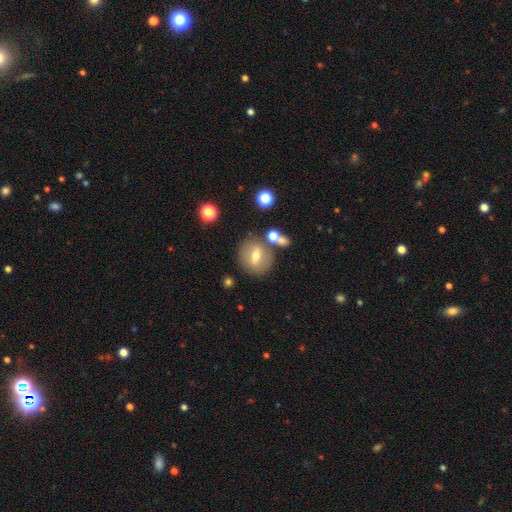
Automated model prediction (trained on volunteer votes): The model was most divided on "smooth or featured": smooth: 54%, featured or disk: 36%, star or artifact: 10%. More confident: merging — none (72%); how rounded — round (70%).